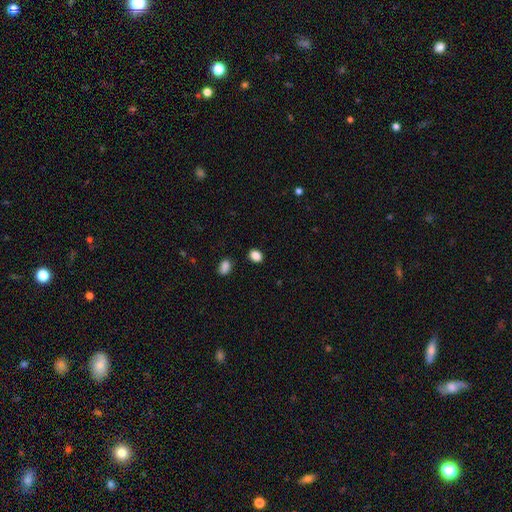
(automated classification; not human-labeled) Q: Smooth or featured?
A: smooth (87%); runner-up: star or artifact (10%)
Q: How rounded?
A: in between (66%); runner-up: round (32%)
Q: Merging?
A: none (87%); runner-up: minor disturbance (9%)